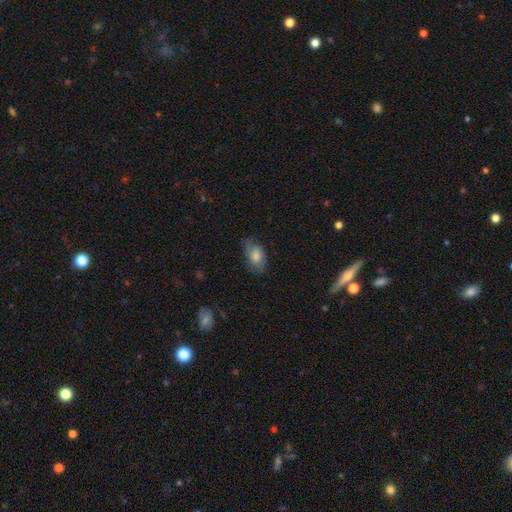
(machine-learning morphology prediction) Smooth or featured?
  - smooth: 66% *
  - featured or disk: 26%
  - star or artifact: 8%
How rounded?
  - in between: 90% *
  - round: 8%
  - cigar-shaped: 2%
Merging?
  - none: 60% *
  - minor disturbance: 28%
  - major disturbance: 11%
  - merger: 1%